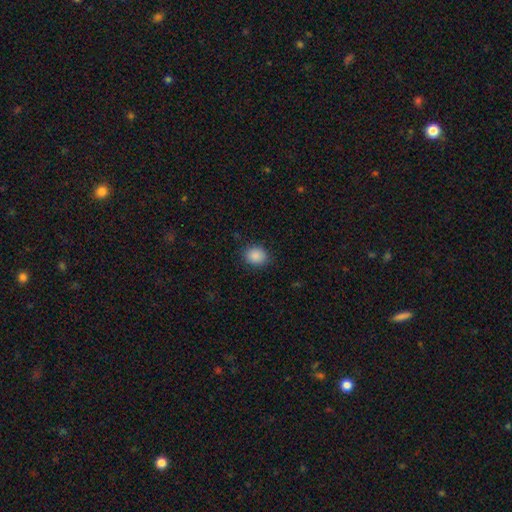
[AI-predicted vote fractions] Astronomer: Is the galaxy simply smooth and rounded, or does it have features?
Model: smooth — 88%.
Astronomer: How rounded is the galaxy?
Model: round — 63%.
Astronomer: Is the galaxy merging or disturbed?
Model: none — 88%.